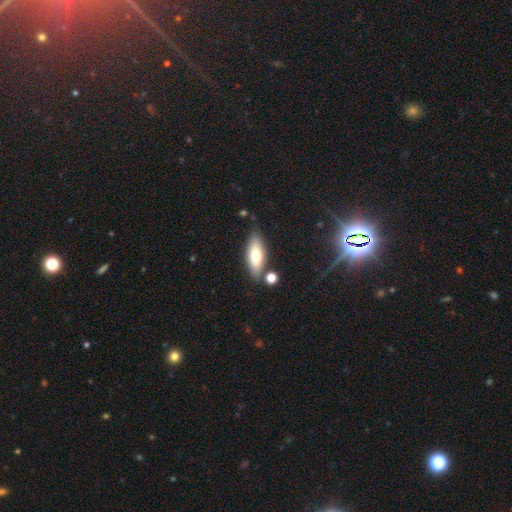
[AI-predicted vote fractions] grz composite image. It shows a smooth galaxy with no disk features (71%) that is in between round and cigar-shaped (68%). Merging: none (77%).